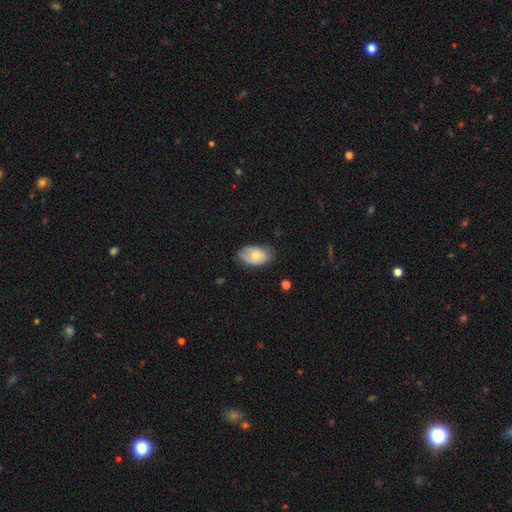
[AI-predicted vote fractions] smooth_or_featured: smooth (p=0.64) [alt: featured or disk p=0.29]
how_rounded: in between (p=0.89) [alt: round p=0.10]
merging: none (p=0.68) [alt: minor disturbance p=0.26]